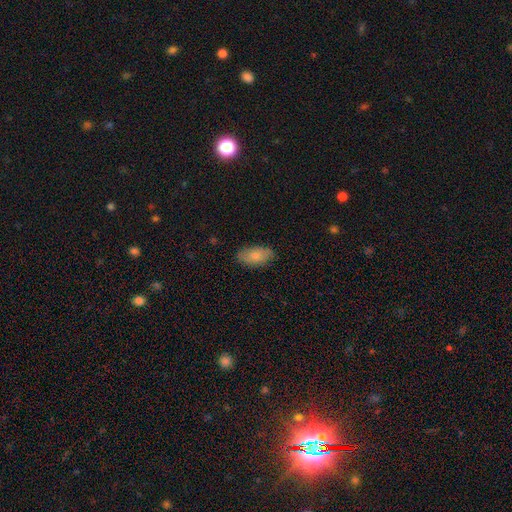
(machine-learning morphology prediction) Smooth or featured? Predicted: smooth (p=0.79). How rounded? Predicted: in between (p=0.93). Merging? Predicted: none (p=0.84).